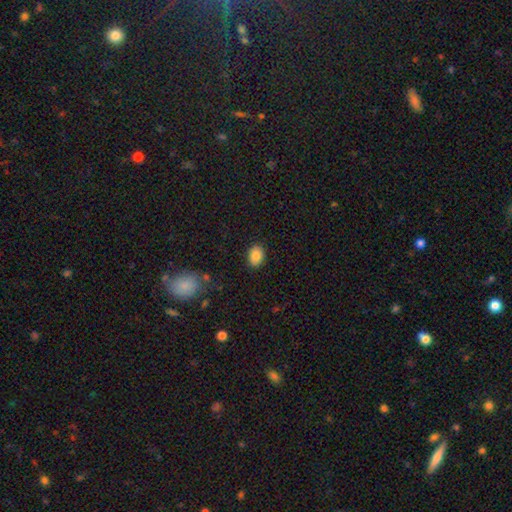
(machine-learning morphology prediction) Q: Smooth or featured?
A: smooth (85%); runner-up: star or artifact (9%)
Q: How rounded?
A: in between (70%); runner-up: round (29%)
Q: Merging?
A: none (87%); runner-up: minor disturbance (9%)